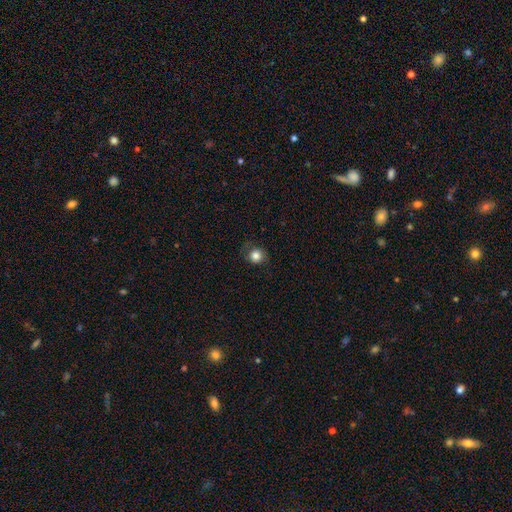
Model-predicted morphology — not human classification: The model was most divided on "merging": none: 77%, minor disturbance: 16%, major disturbance: 6%, merger: 1%. More confident: how rounded — round (89%); smooth or featured — smooth (82%).